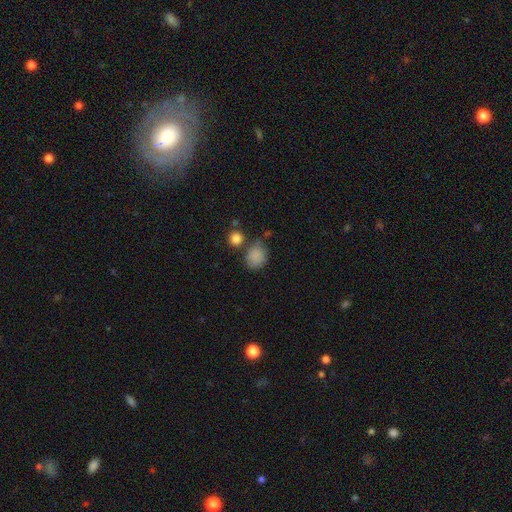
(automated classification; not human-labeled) Q: Smooth or featured?
A: smooth (85%); runner-up: star or artifact (10%)
Q: How rounded?
A: round (69%); runner-up: in between (30%)
Q: Merging?
A: none (61%); runner-up: minor disturbance (20%)